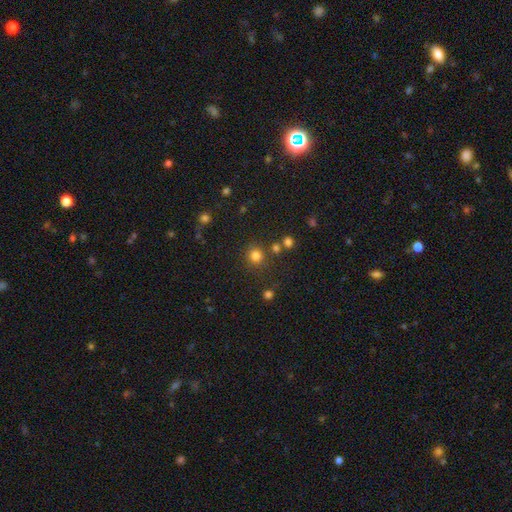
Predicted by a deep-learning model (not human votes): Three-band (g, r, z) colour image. It shows a smooth galaxy with no disk features (79%) that is round (91%). Merging: none (80%).